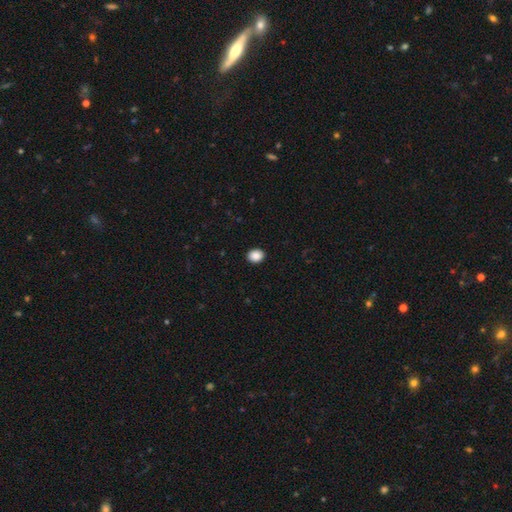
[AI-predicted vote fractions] A smooth galaxy with no disk features (89%) that is round (57%).

Vote fractions:
- Smooth or featured? smooth: 89% / star or artifact: 9% / featured or disk: 3%
- How rounded? round: 57% / in between: 42% / cigar-shaped: 1%
- Merging? none: 92% / minor disturbance: 5% / major disturbance: 2% / merger: 1%